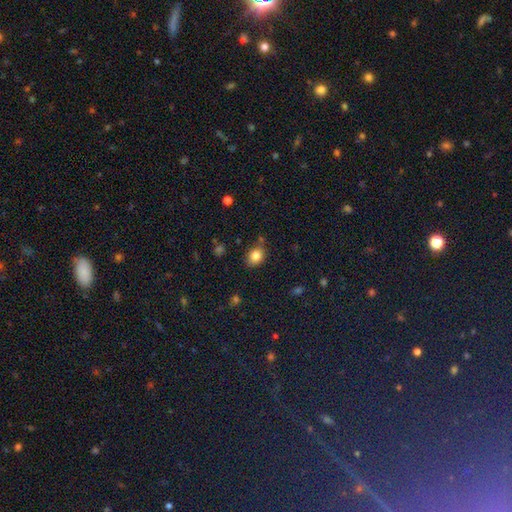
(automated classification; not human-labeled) Overall: smooth (83%). How rounded: in between (52%; round 47%). Merging: none (74%).